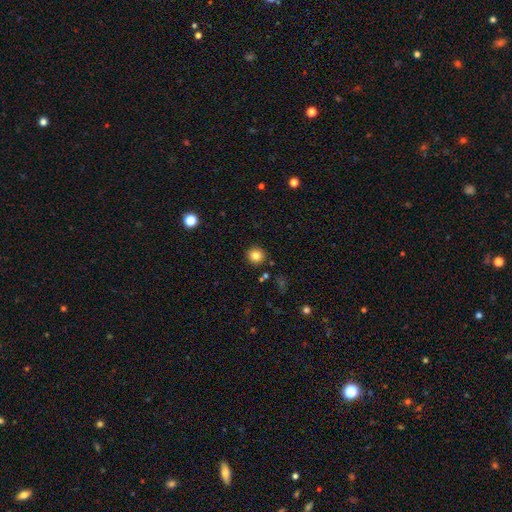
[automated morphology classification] type=smooth (83%); roundness=round (92%); merging=none (90%).